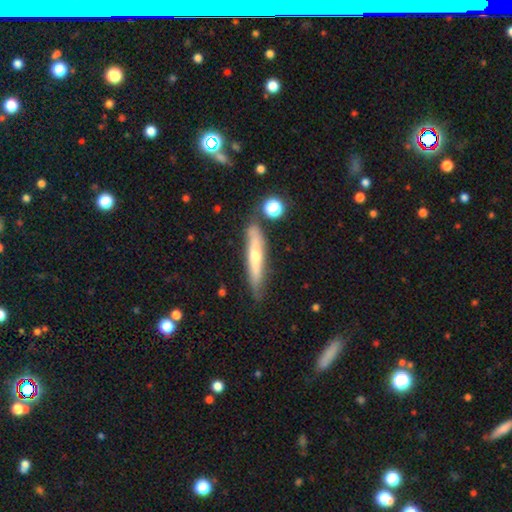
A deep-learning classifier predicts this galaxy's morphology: Smooth or featured? Predicted: featured or disk (p=0.55). Edge-on disk? Predicted: yes (p=0.85). Merging? Predicted: none (p=0.81).